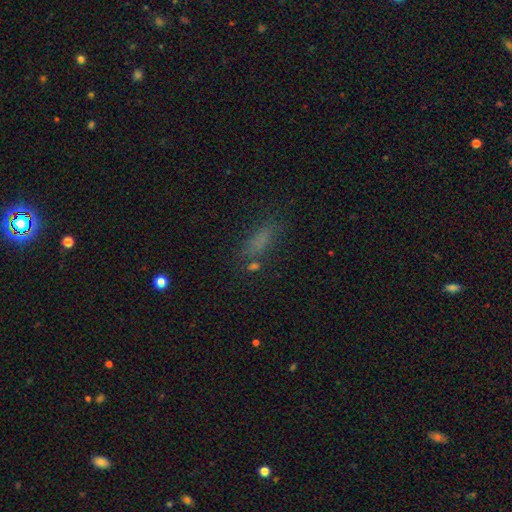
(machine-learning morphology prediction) Smooth or featured: smooth — 66% (star or artifact — 22%)
How rounded: in between — 52% (cigar-shaped — 43%)
Merging: none — 70% (minor disturbance — 16%)